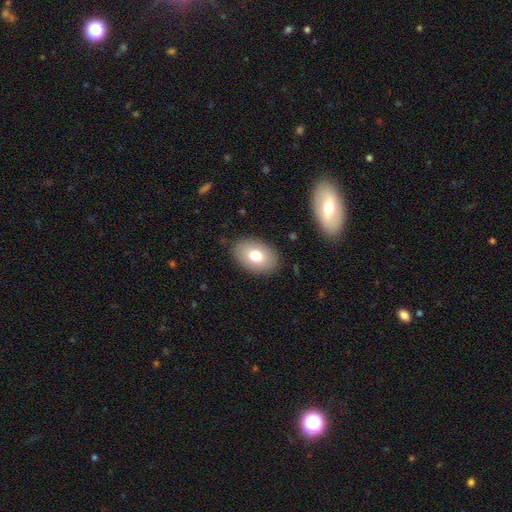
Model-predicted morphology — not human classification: A smooth galaxy with no disk features (74%) that is in between round and cigar-shaped (87%).

Vote fractions:
- Smooth or featured? smooth: 74% / featured or disk: 18% / star or artifact: 8%
- How rounded? in between: 87% / round: 12% / cigar-shaped: 1%
- Merging? none: 86% / minor disturbance: 10% / major disturbance: 3% / merger: 1%